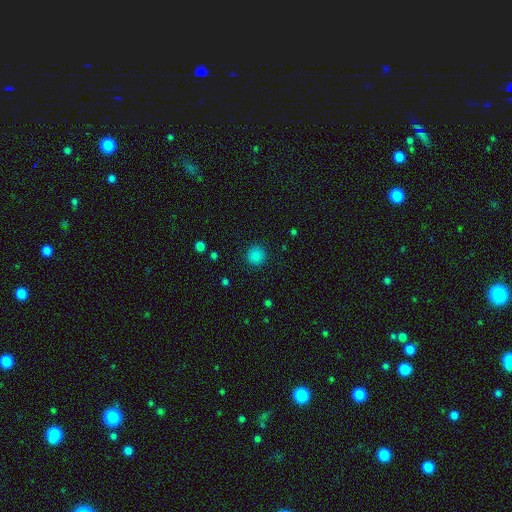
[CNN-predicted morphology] smooth_or_featured: smooth (p=0.85) [alt: star or artifact p=0.12]
how_rounded: round (p=0.93) [alt: in between p=0.06]
merging: none (p=0.90) [alt: minor disturbance p=0.06]